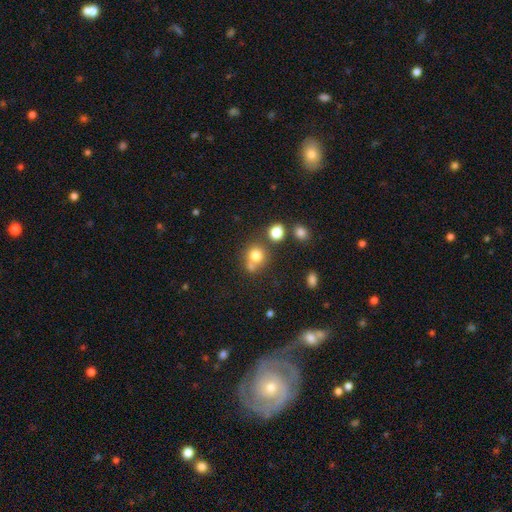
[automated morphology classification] smooth 76%, star or artifact 14%, featured or disk 10%. Down the decision tree: how rounded — round (82%); merging — none (52%).